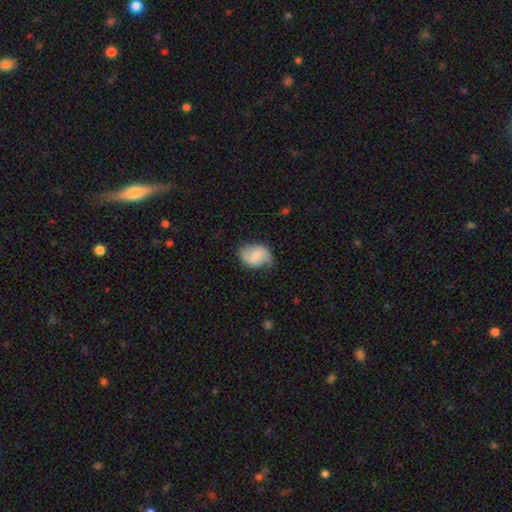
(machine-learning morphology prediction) Smooth or featured? featured or disk (57%)
Edge-on disk? no (97%)
Bar? weak (51%)
Spiral arms? yes (89%)
Bulge size? moderate (42%, tied with small)
Merging? none (63%)